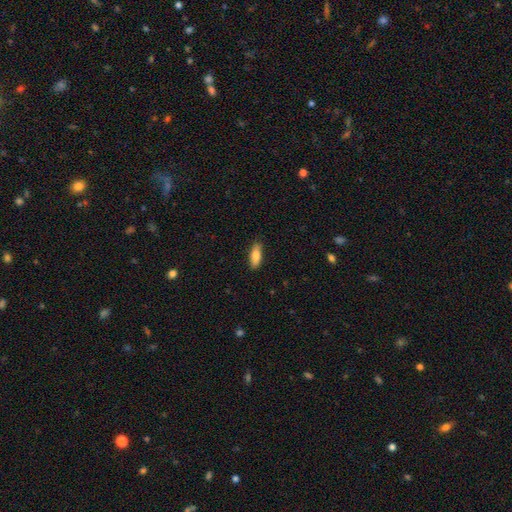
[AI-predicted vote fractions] Overall: smooth (81%). How rounded: in between (66%; cigar-shaped 32%). Merging: none (86%).